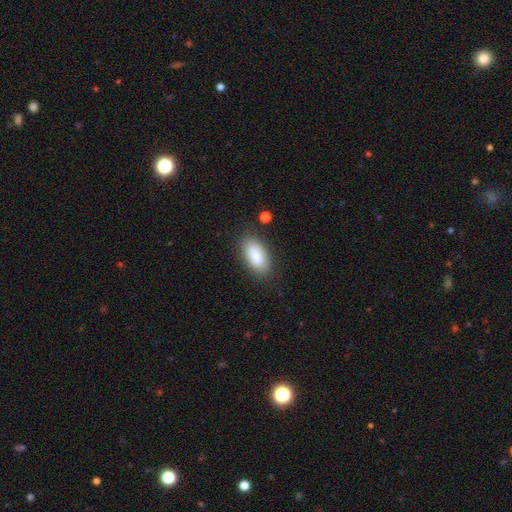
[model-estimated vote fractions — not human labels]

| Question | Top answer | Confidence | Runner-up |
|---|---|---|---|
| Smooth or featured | smooth | 86% | featured or disk (7%) |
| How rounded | in between | 92% | cigar-shaped (5%) |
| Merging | none | 82% | minor disturbance (12%) |